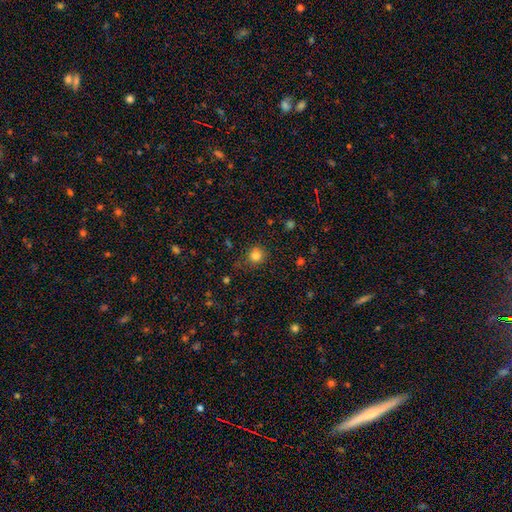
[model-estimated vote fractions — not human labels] Smooth or featured?
  - smooth: 83% *
  - star or artifact: 13%
  - featured or disk: 5%
How rounded?
  - round: 88% *
  - in between: 11%
  - cigar-shaped: 1%
Merging?
  - none: 80% *
  - minor disturbance: 14%
  - major disturbance: 4%
  - merger: 2%